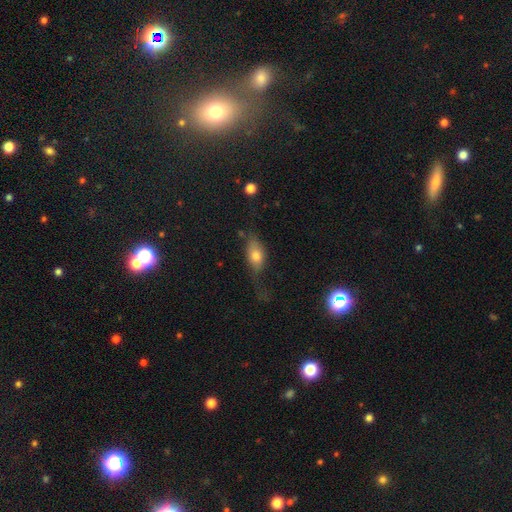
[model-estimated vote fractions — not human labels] smooth 72%, featured or disk 20%, star or artifact 8%. Down the decision tree: how rounded — in between (84%); merging — none (36%).